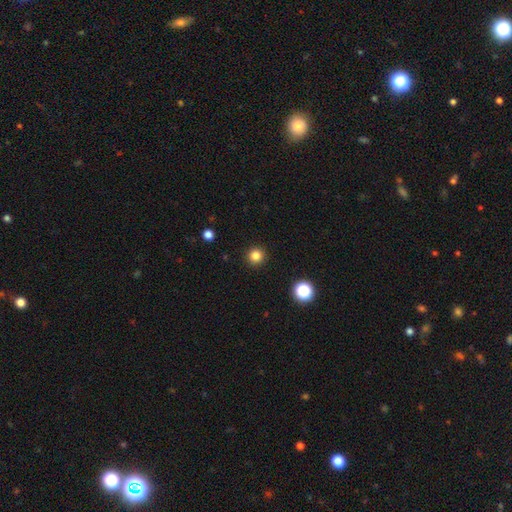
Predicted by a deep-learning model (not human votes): Morphology: type=smooth (83%); roundness=round (95%); merging=none (93%).